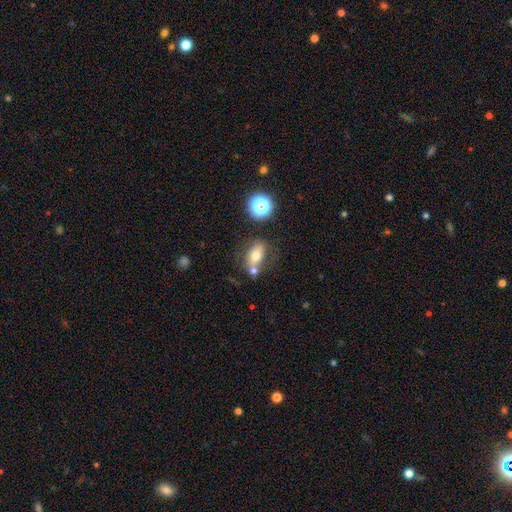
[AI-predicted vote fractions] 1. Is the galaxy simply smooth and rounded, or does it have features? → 65% smooth, 21% featured or disk, 13% star or artifact.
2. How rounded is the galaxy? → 73% in between, 20% round, 7% cigar-shaped.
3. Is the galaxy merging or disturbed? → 52% none, 27% merger, 14% minor disturbance, 6% major disturbance.